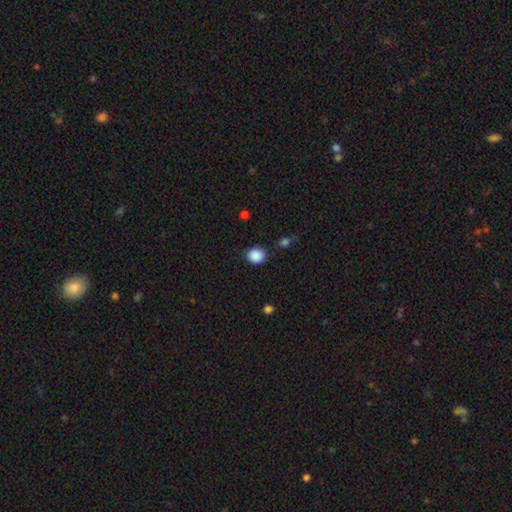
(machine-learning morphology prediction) This appears to be a smooth galaxy with no disk features (88%) that is round (77%). Merging: none (84%).